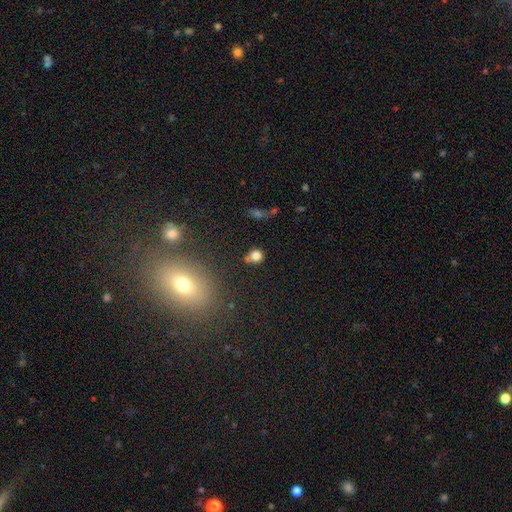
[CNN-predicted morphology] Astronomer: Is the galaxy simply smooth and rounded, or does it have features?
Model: smooth — 78%.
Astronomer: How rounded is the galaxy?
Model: round — 77%.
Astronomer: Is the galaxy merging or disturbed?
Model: none — 62%.